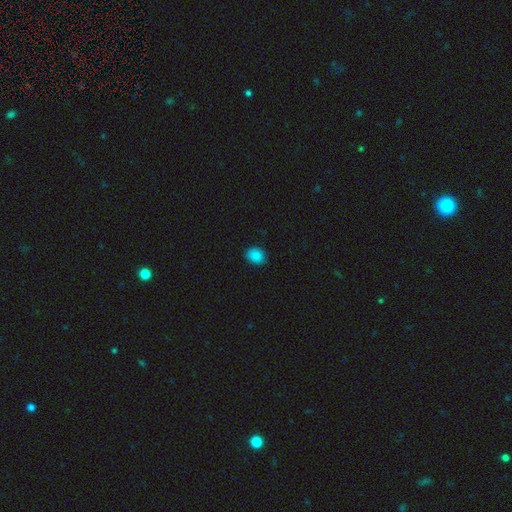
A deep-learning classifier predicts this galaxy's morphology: Smooth or featured? smooth (86%)
How rounded? in between (61%)
Merging? none (85%)